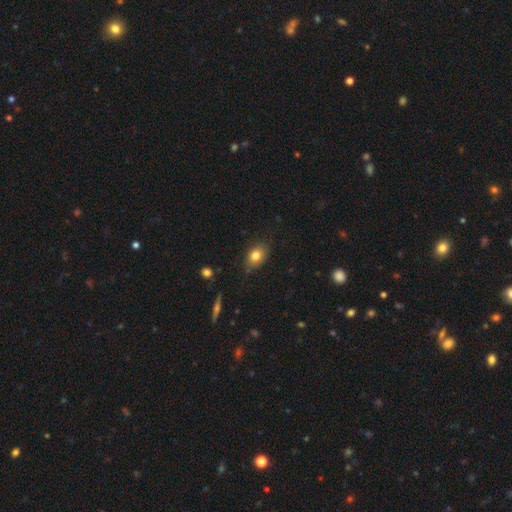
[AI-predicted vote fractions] Smooth or featured?
  - smooth: 80% *
  - featured or disk: 11%
  - star or artifact: 9%
How rounded?
  - in between: 73% *
  - round: 25%
  - cigar-shaped: 2%
Merging?
  - none: 79% *
  - minor disturbance: 16%
  - major disturbance: 3%
  - merger: 2%